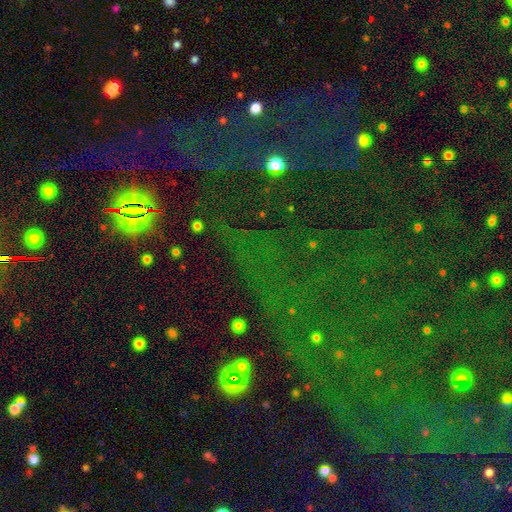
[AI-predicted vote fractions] Smooth or featured?
  - star or artifact: 79% *
  - smooth: 12%
  - featured or disk: 9%